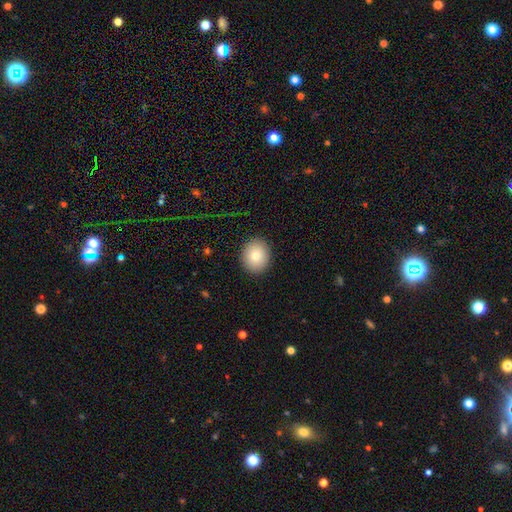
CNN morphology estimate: smooth_or_featured: smooth (p=0.84) [alt: featured or disk p=0.08]
how_rounded: round (p=0.64) [alt: in between p=0.35]
merging: none (p=0.90) [alt: minor disturbance p=0.07]